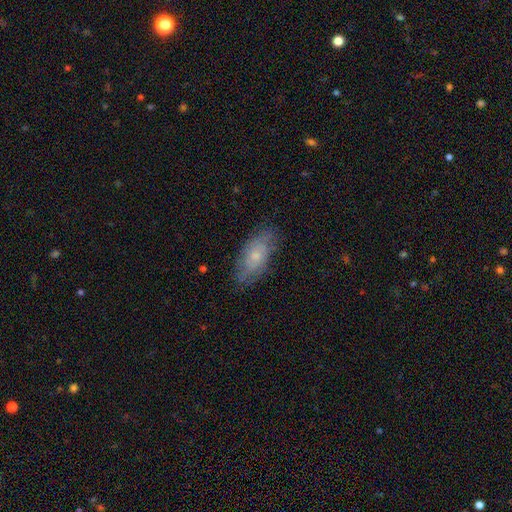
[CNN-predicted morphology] smooth_or_featured: smooth (p=0.48) [alt: featured or disk p=0.44]
merging: none (p=0.72) [alt: minor disturbance p=0.21]